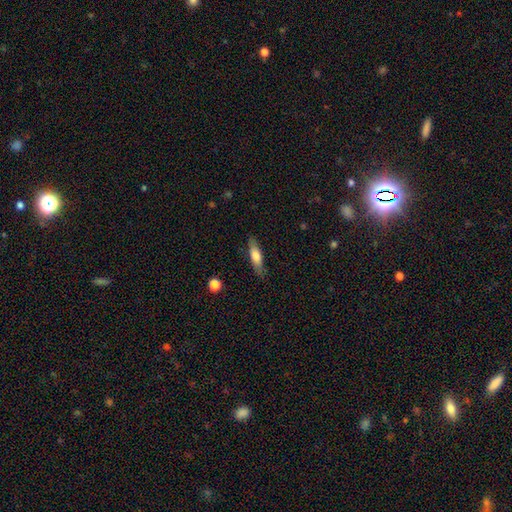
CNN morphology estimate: This appears to be a smooth galaxy with no disk features (67%) that is cigar-shaped (62%). Merging: none (82%).